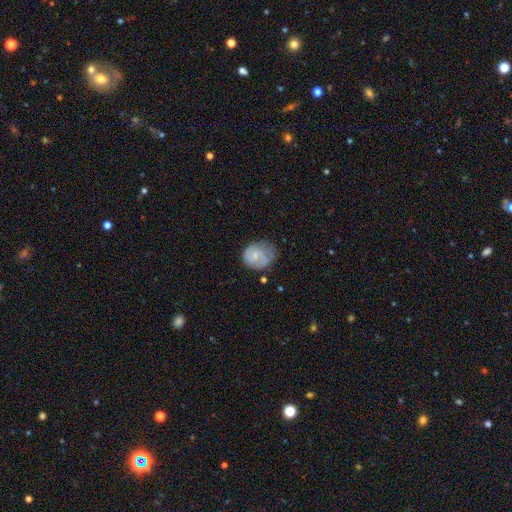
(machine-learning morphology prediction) This appears to be a smooth galaxy with no disk features (57%) that is round (63%). Merging: none (46%).